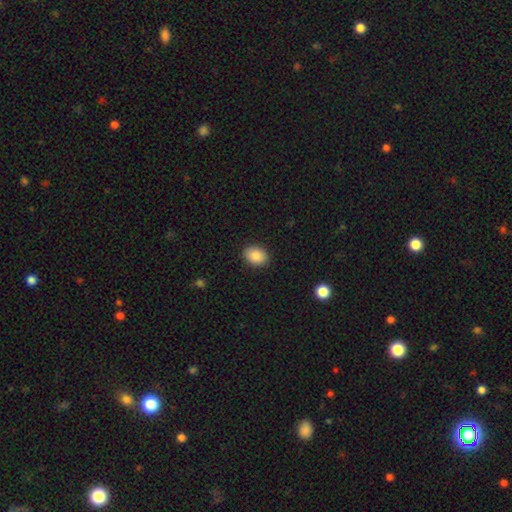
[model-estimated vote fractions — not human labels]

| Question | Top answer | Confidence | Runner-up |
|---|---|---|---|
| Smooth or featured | smooth | 88% | star or artifact (8%) |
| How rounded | in between | 64% | round (35%) |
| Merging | none | 90% | minor disturbance (7%) |